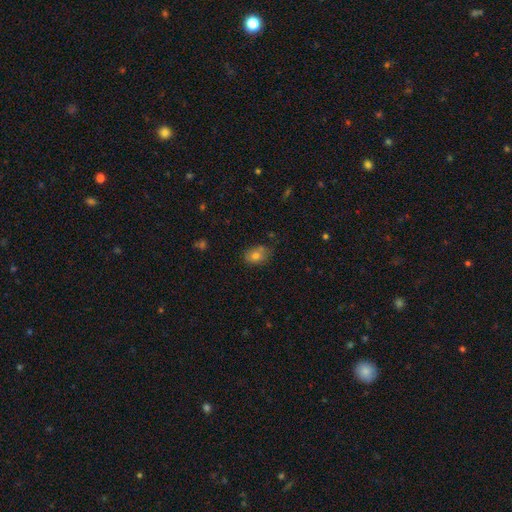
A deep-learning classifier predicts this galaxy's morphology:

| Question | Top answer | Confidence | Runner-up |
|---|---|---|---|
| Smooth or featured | smooth | 78% | featured or disk (12%) |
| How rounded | in between | 72% | round (27%) |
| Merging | none | 66% | minor disturbance (24%) |